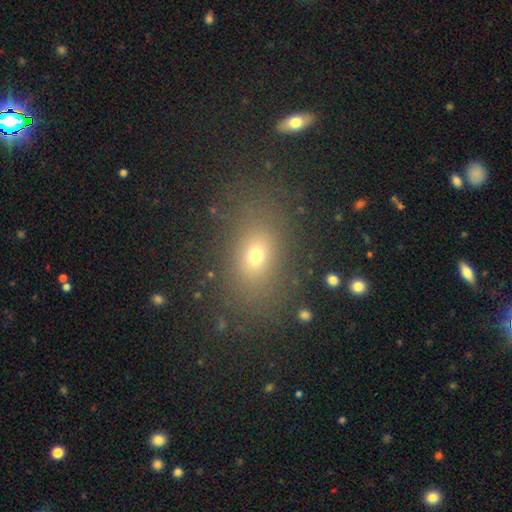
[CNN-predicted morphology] smooth 66%, star or artifact 20%, featured or disk 14%. Down the decision tree: how rounded — in between (69%); merging — none (81%).